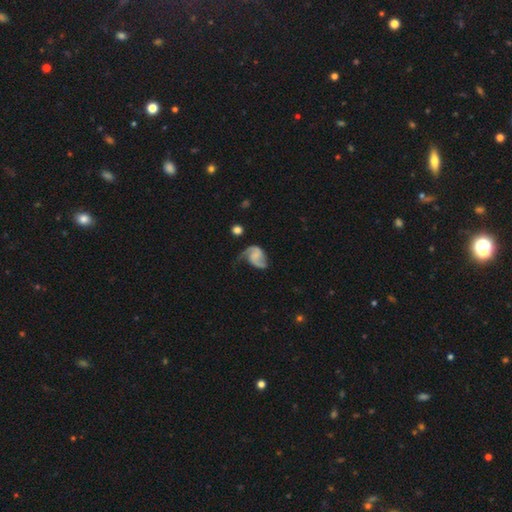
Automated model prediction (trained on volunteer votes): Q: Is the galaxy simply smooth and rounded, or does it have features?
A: featured or disk — 76%.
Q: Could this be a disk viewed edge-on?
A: no — 98%.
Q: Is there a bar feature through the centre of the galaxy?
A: no — 56%.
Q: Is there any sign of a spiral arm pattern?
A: yes — 94%.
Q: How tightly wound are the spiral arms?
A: loose — 45%.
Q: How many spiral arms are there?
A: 2 — 79%.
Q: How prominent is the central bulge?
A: none — 47%.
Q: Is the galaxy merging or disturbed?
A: none — 42%.